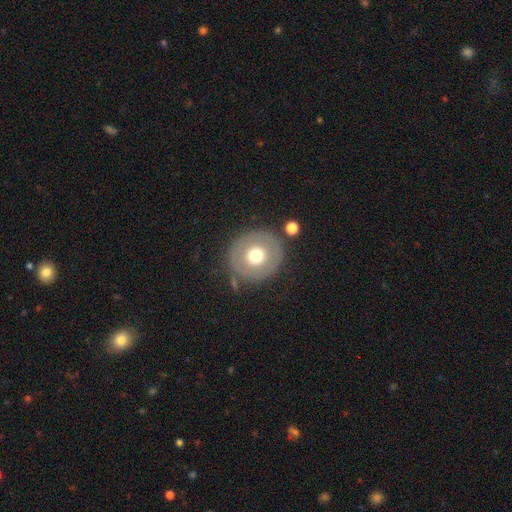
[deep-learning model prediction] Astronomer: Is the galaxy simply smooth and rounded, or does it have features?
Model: smooth — 56% (runner-up: featured or disk, 36%).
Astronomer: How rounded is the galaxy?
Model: round — 89%.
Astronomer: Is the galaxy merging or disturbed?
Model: none — 80%.